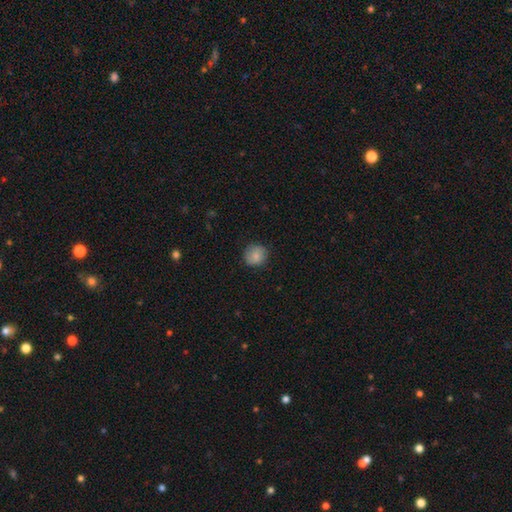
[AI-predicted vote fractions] Smooth or featured: smooth — 84% (star or artifact — 8%)
How rounded: round — 88% (in between — 11%)
Merging: none — 82% (minor disturbance — 14%)